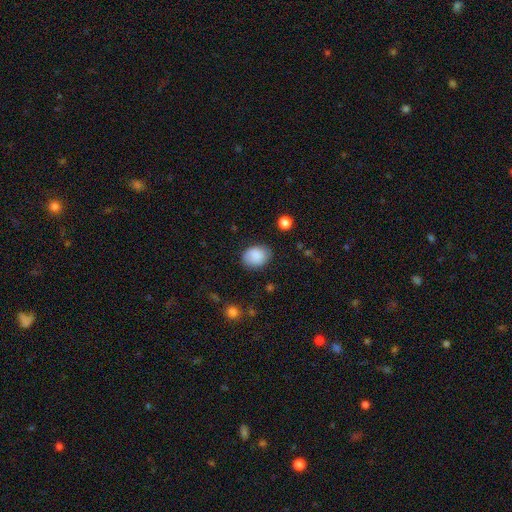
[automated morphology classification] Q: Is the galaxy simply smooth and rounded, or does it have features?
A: smooth — 85%.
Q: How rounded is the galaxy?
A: in between — 61%.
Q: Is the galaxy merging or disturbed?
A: none — 78%.